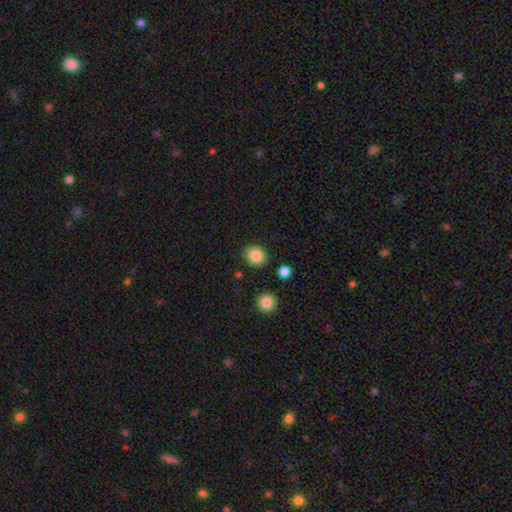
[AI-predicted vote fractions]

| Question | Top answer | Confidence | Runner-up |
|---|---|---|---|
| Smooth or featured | smooth | 85% | star or artifact (10%) |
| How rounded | round | 75% | in between (24%) |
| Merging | none | 86% | minor disturbance (8%) |